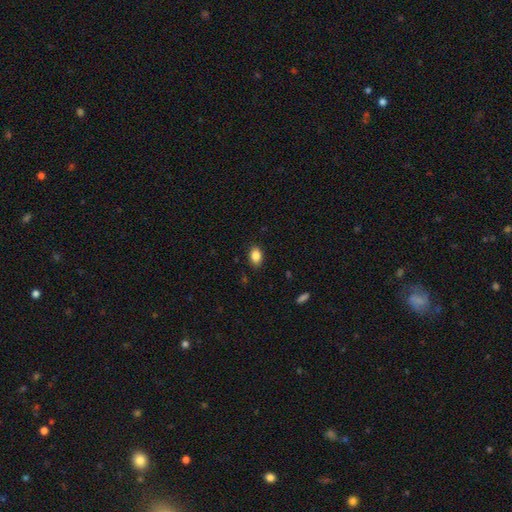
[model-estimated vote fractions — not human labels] A smooth galaxy with no disk features (86%) that is in between round and cigar-shaped (82%). Merging: none (87%).